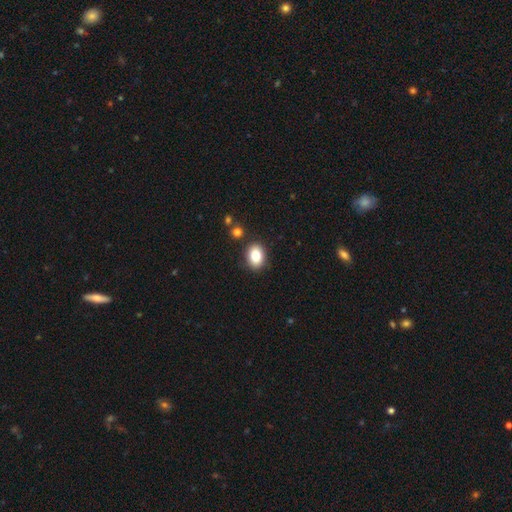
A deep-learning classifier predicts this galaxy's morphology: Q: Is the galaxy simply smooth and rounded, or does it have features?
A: smooth — 85%.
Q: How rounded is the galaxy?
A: in between — 73%.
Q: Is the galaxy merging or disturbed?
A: none — 85%.